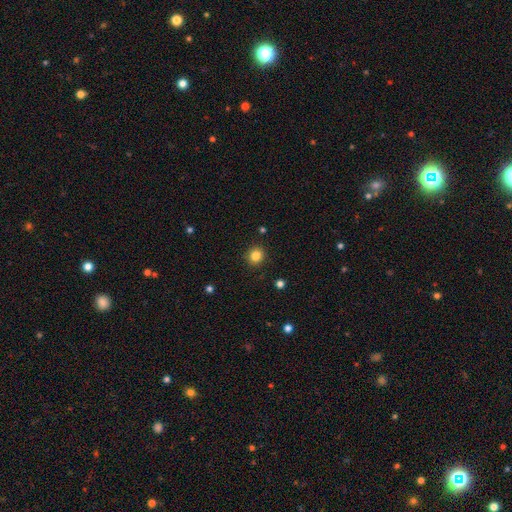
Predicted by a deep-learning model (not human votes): Overall: smooth (83%). How rounded: round (90%). Merging: none (90%).